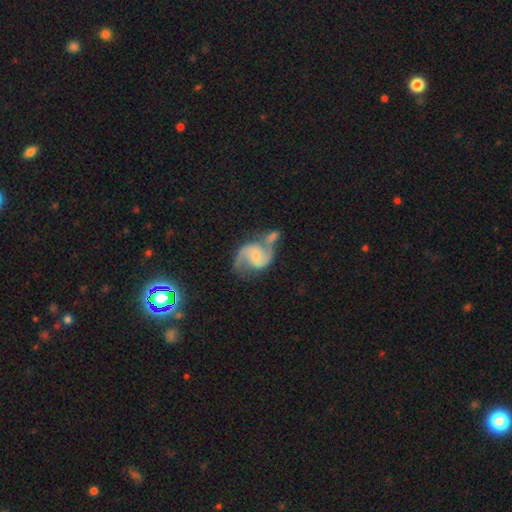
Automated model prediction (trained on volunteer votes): The model was most divided on "bar": no: 49%, weak: 41%, strong: 11%. Remaining: edge-on disk — no (98%); spiral arms — yes (97%); spiral arm count — 2 (93%); smooth or featured — featured or disk (88%); bulge size — small (59%); spiral winding — medium (49%); merging — none (44%).